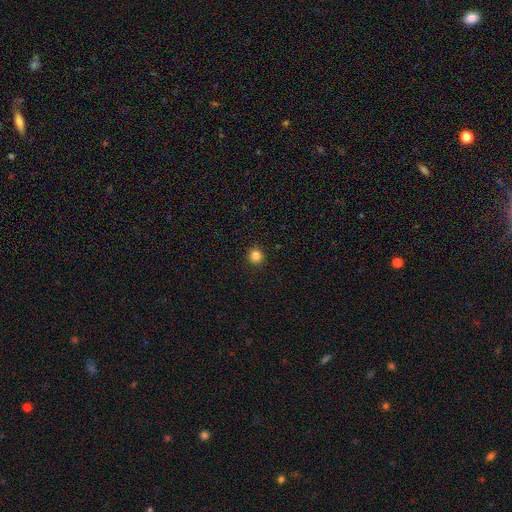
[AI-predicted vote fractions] A smooth galaxy with no disk features (84%) that is round (95%).

Vote fractions:
- Smooth or featured? smooth: 84% / star or artifact: 13% / featured or disk: 4%
- How rounded? round: 95% / in between: 4% / cigar-shaped: 1%
- Merging? none: 93% / minor disturbance: 5% / major disturbance: 2% / merger: 1%